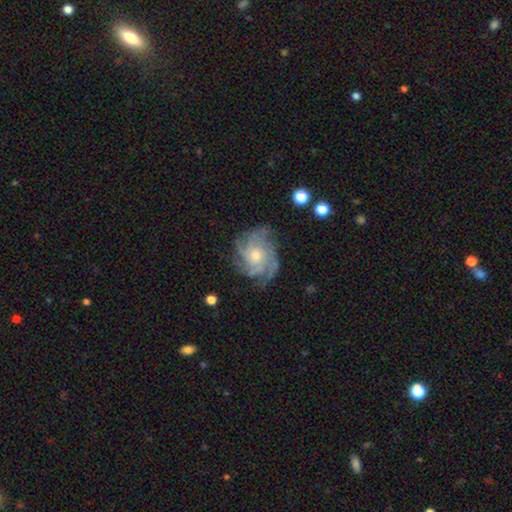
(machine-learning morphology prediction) The model was most divided on "bulge size": small: 49%, moderate: 46%, large: 2%, none: 2%, dominant: 1%. Remaining: edge-on disk — no (97%); spiral arms — yes (97%); smooth or featured — featured or disk (86%); merging — none (77%); bar — no (76%); spiral winding — tight (60%); spiral arm count — 4 (32%).